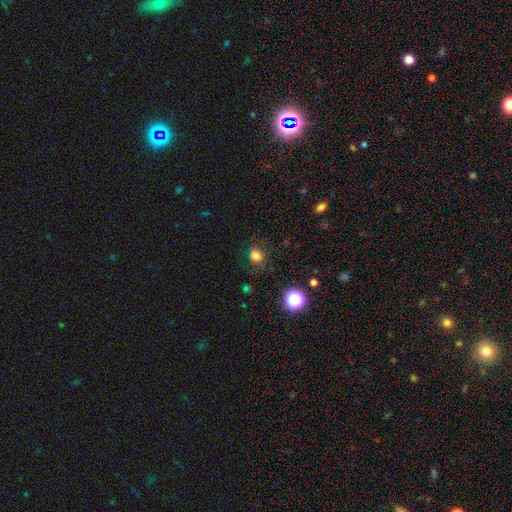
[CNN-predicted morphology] Q: Smooth or featured?
A: smooth (79%); runner-up: star or artifact (16%)
Q: How rounded?
A: round (77%); runner-up: in between (23%)
Q: Merging?
A: none (82%); runner-up: minor disturbance (12%)